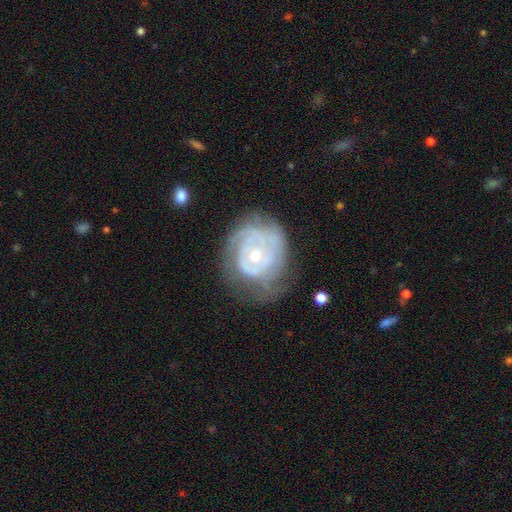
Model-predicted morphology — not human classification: type=featured or disk (81%); edge-on=no (97%); bar=no (75%); spiral arms=yes (87%); winding=tight (73%); arm count=can't tell (42%); bulge=moderate (48%, tied with small); merging=none (56%).